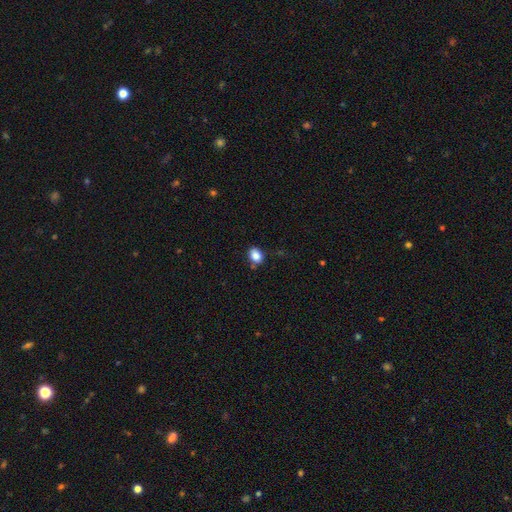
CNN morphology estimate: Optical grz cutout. It shows a smooth galaxy with no disk features (86%) that is in between round and cigar-shaped (70%). Merging: none (77%).